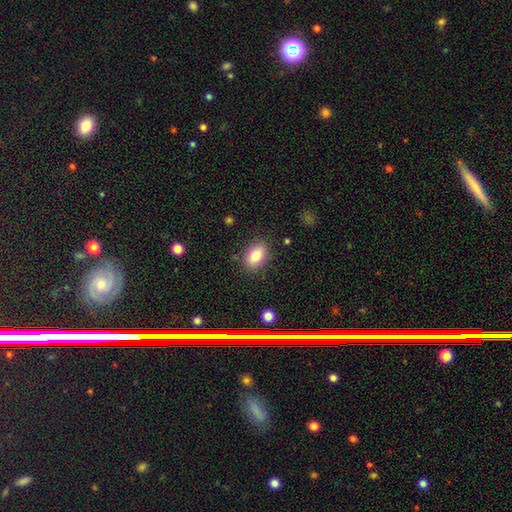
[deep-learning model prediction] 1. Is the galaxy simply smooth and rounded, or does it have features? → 81% smooth, 10% star or artifact, 9% featured or disk.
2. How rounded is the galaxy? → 82% in between, 16% round, 2% cigar-shaped.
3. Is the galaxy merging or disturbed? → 84% none, 11% minor disturbance, 3% major disturbance, 2% merger.